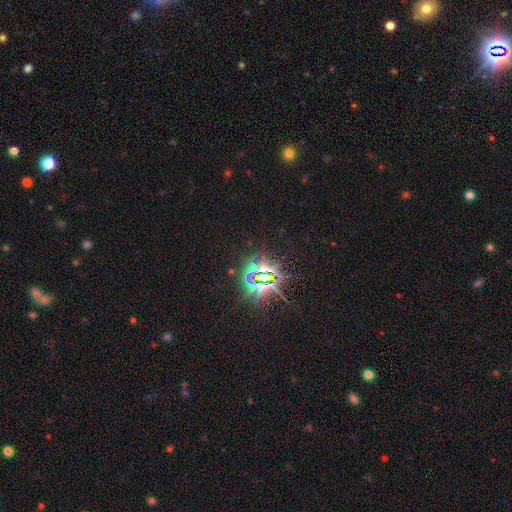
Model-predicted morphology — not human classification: This appears to be a star or artifact, not a galaxy (78%).